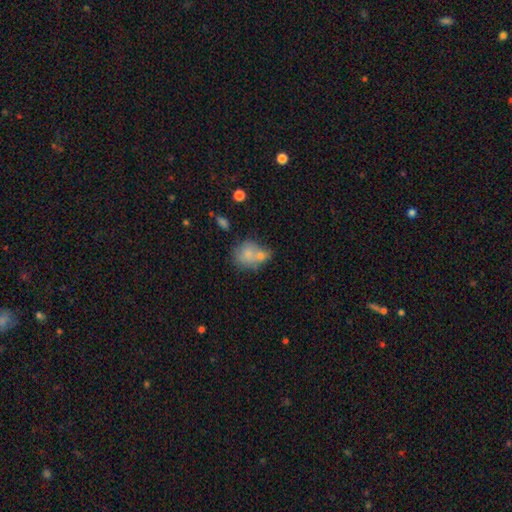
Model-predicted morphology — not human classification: This appears to be a smooth galaxy with no disk features (73%) that is round (55%). Merging: merger (45%).